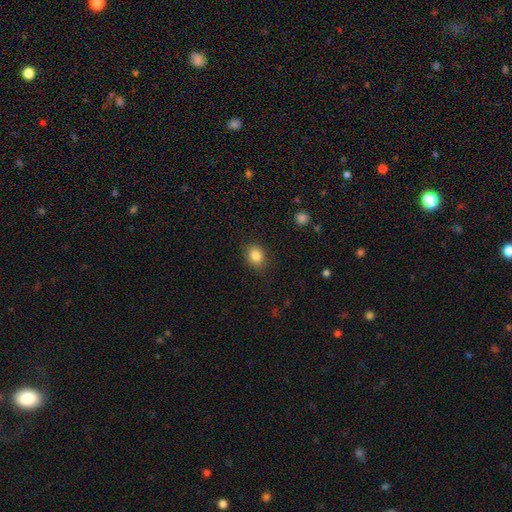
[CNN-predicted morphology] type=smooth (85%); roundness=in between (50%); merging=none (85%).